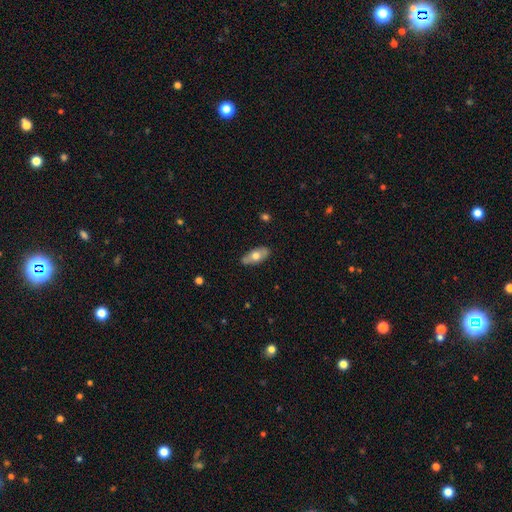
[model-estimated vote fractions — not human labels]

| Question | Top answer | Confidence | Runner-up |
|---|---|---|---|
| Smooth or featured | smooth | 60% | featured or disk (34%) |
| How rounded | in between | 85% | cigar-shaped (12%) |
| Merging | none | 82% | minor disturbance (14%) |